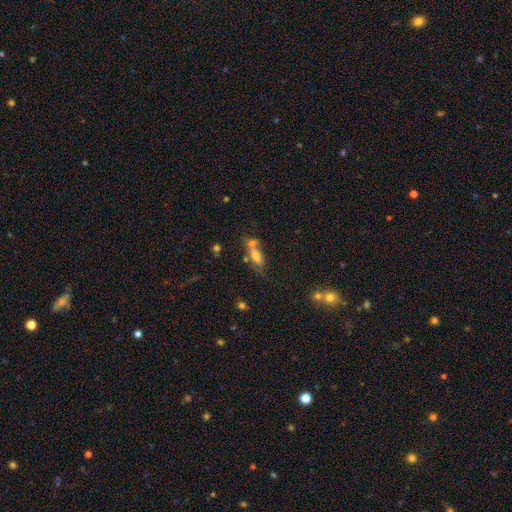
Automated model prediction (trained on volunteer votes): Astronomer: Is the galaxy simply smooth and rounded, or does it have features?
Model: smooth — 65%.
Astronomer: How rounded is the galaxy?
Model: in between — 64%.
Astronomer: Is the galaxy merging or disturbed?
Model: none — 39% (runner-up: merger, 36%).